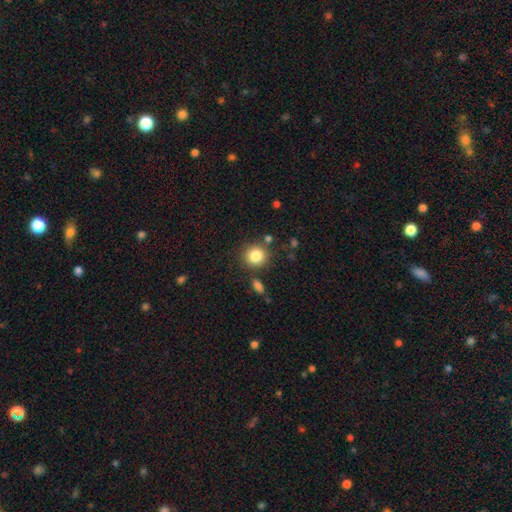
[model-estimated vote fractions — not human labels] This is clearly a smooth galaxy (84%). How rounded: clearly round (88%). Merging: clearly none (81%).